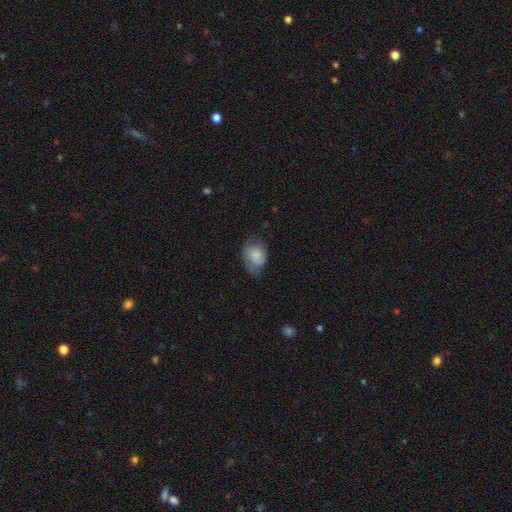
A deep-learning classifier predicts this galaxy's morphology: Smooth or featured? smooth (73%)
How rounded? in between (59%)
Merging? none (45%)